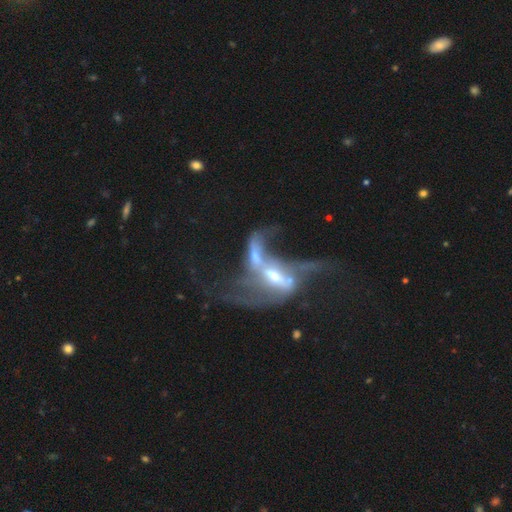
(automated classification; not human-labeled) Smooth or featured? featured or disk (68%)
Edge-on disk? no (82%)
Bar? no (47%)
Spiral arms? no (56%)
Bulge size? moderate (44%)
Merging? merger (58%)